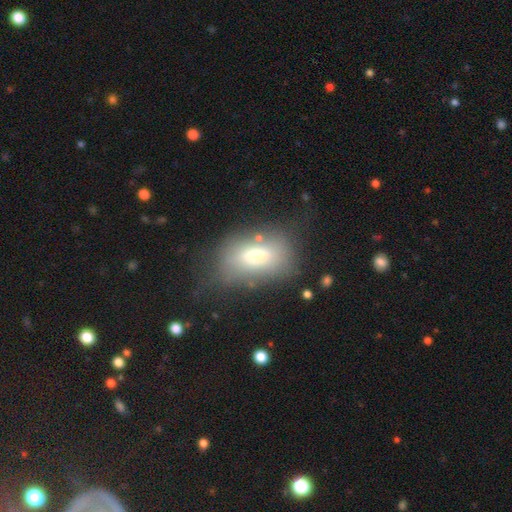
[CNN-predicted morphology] A smooth galaxy with no disk features (67%) that is in between round and cigar-shaped (87%).

Vote fractions:
- Smooth or featured? smooth: 67% / featured or disk: 19% / star or artifact: 14%
- How rounded? in between: 87% / round: 10% / cigar-shaped: 3%
- Merging? none: 61% / minor disturbance: 23% / major disturbance: 10% / merger: 6%